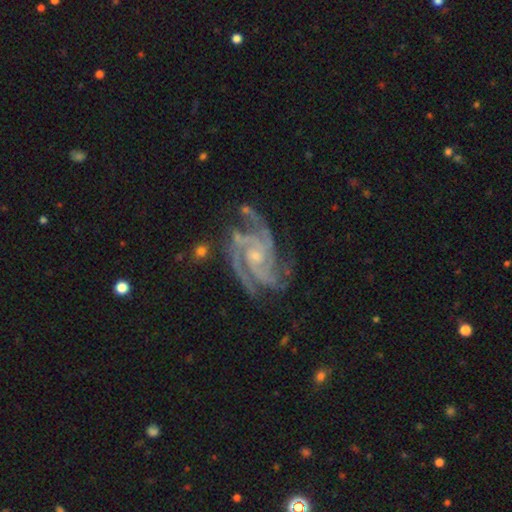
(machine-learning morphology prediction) Q: Smooth or featured?
A: featured or disk (93%); runner-up: star or artifact (5%)
Q: Edge-on disk?
A: no (98%); runner-up: yes (2%)
Q: Bar?
A: no (65%); runner-up: weak (26%)
Q: Spiral arms?
A: yes (99%); runner-up: no (1%)
Q: Spiral winding?
A: tight (57%); runner-up: medium (39%)
Q: Spiral arm count?
A: 3 (49%); runner-up: 4 (23%)
Q: Bulge size?
A: small (68%); runner-up: moderate (26%)
Q: Merging?
A: none (67%); runner-up: minor disturbance (21%)